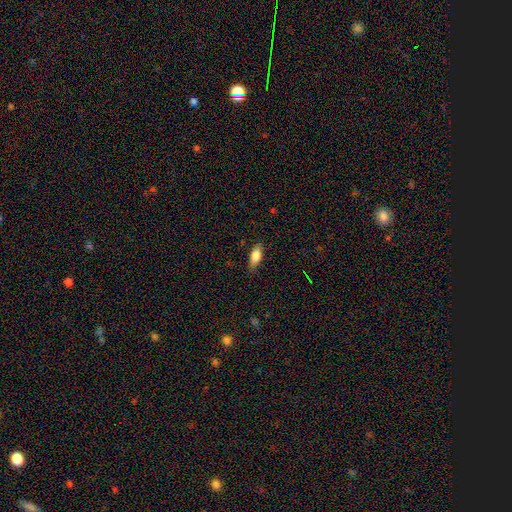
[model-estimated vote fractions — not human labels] Smooth or featured? Predicted: smooth (p=0.82). How rounded? Predicted: in between (p=0.78). Merging? Predicted: none (p=0.80).